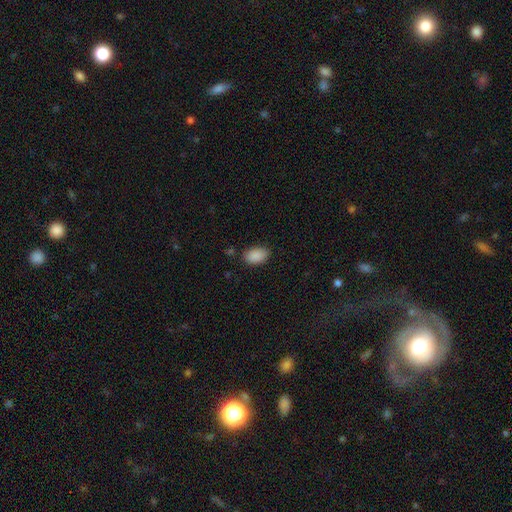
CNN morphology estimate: Smooth or featured?
  - smooth: 90% *
  - star or artifact: 7%
  - featured or disk: 3%
How rounded?
  - in between: 91% *
  - round: 8%
  - cigar-shaped: 1%
Merging?
  - none: 84% *
  - minor disturbance: 12%
  - major disturbance: 3%
  - merger: 2%